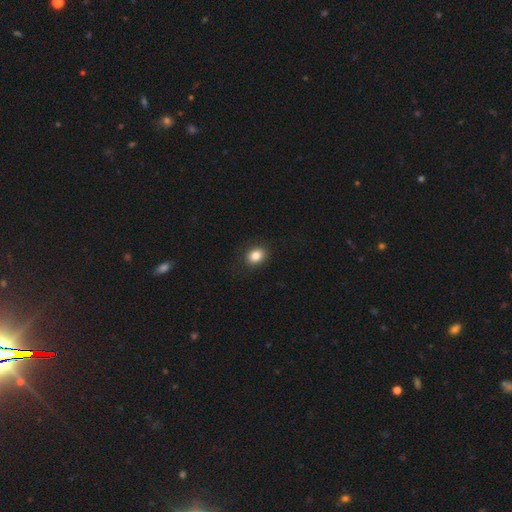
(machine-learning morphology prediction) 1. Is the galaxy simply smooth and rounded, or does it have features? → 85% smooth, 10% star or artifact, 6% featured or disk.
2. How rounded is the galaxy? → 50% in between, 49% round, 1% cigar-shaped.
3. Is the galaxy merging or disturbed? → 88% none, 8% minor disturbance, 3% major disturbance, 1% merger.